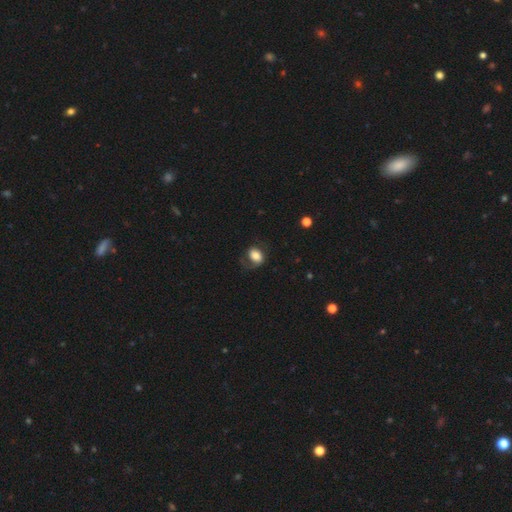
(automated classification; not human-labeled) A smooth galaxy with no disk features (61%) that is in between round and cigar-shaped (66%).

Vote fractions:
- Smooth or featured? smooth: 61% / featured or disk: 31% / star or artifact: 8%
- How rounded? in between: 66% / round: 33% / cigar-shaped: 1%
- Merging? none: 49% / major disturbance: 27% / minor disturbance: 23% / merger: 2%